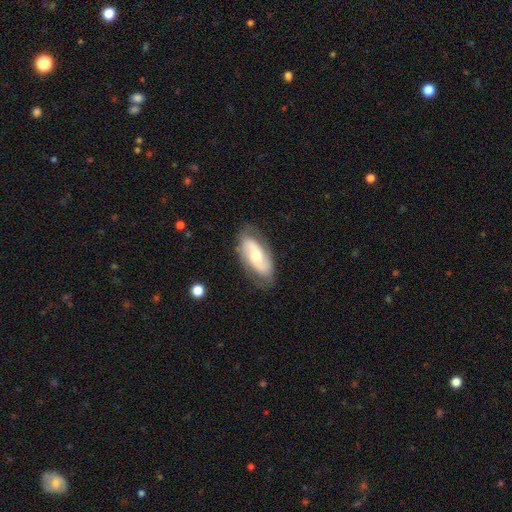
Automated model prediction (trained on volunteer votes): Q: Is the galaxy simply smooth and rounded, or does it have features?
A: featured or disk — 61%.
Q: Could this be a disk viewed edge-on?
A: no — 90%.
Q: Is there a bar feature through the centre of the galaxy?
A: no — 55%.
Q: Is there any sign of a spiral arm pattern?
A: yes — 77%.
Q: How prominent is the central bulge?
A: moderate — 64%.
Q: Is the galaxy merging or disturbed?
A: none — 76%.